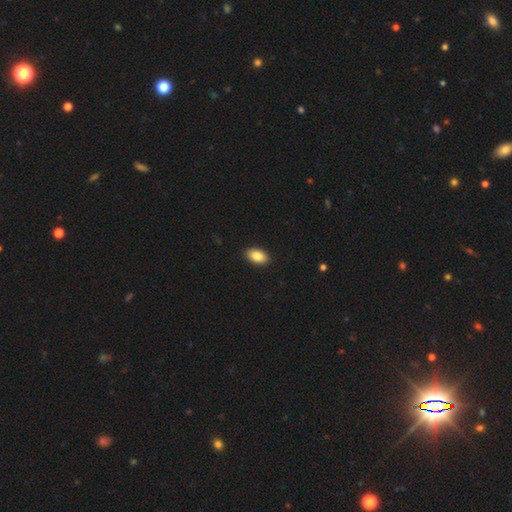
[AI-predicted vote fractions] smooth_or_featured: smooth (p=0.87) [alt: star or artifact p=0.07]
how_rounded: in between (p=0.93) [alt: round p=0.06]
merging: none (p=0.90) [alt: minor disturbance p=0.07]